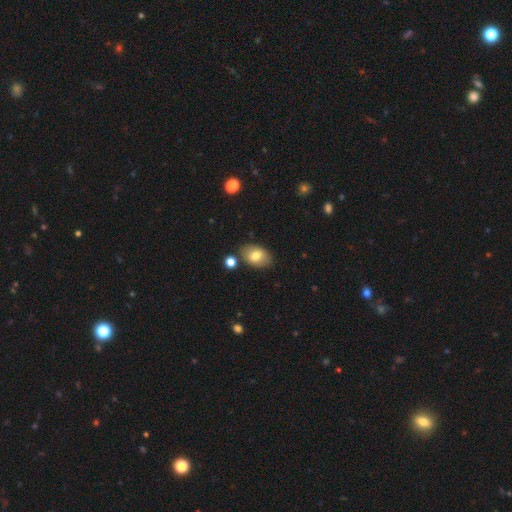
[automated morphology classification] A smooth galaxy with no disk features (77%) that is in between round and cigar-shaped (85%). Merging: none (80%).